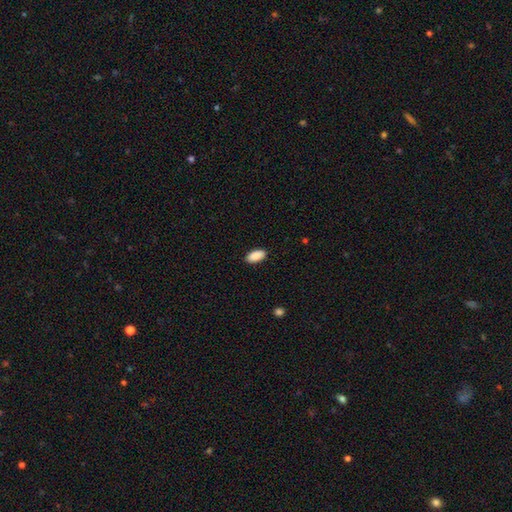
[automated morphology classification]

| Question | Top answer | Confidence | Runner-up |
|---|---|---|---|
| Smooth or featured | smooth | 90% | star or artifact (6%) |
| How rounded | in between | 92% | cigar-shaped (5%) |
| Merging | none | 90% | minor disturbance (8%) |